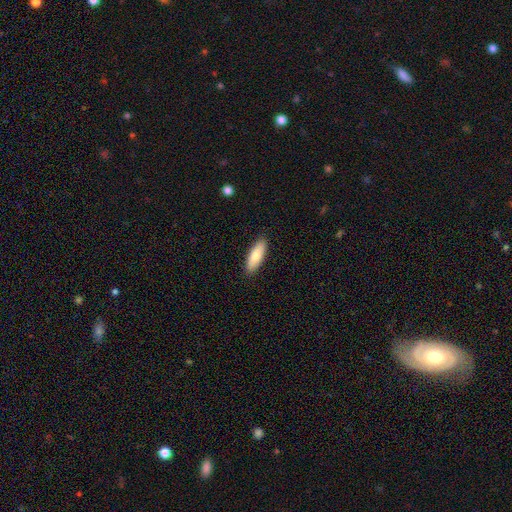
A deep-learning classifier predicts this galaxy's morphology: The model was most divided on "how rounded": in between: 61%, cigar-shaped: 37%, round: 2%. More confident: merging — none (89%); smooth or featured — smooth (79%).